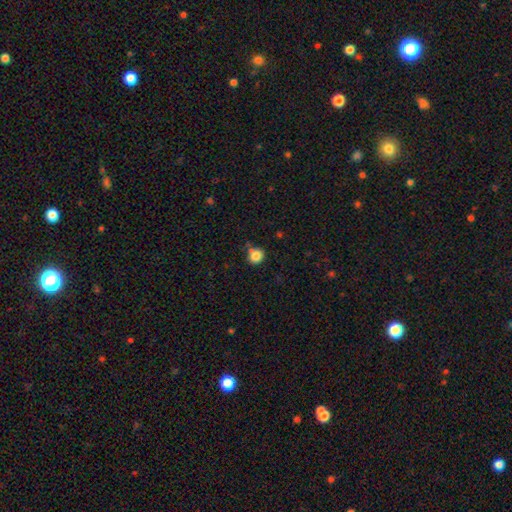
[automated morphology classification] Smooth or featured: smooth — 84% (star or artifact — 11%)
How rounded: round — 83% (in between — 16%)
Merging: none — 67% (minor disturbance — 19%)